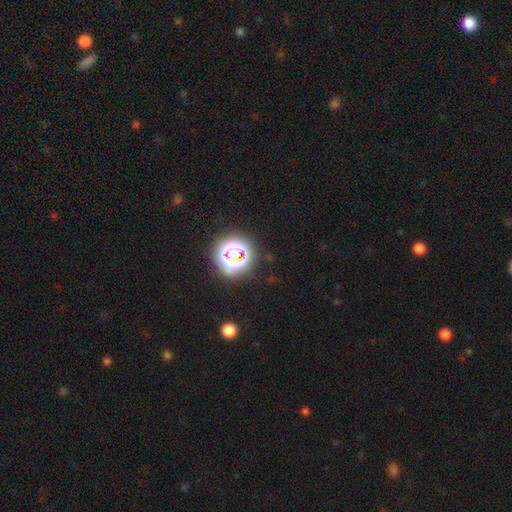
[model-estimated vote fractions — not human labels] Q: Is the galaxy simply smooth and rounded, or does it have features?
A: star or artifact — 80%.